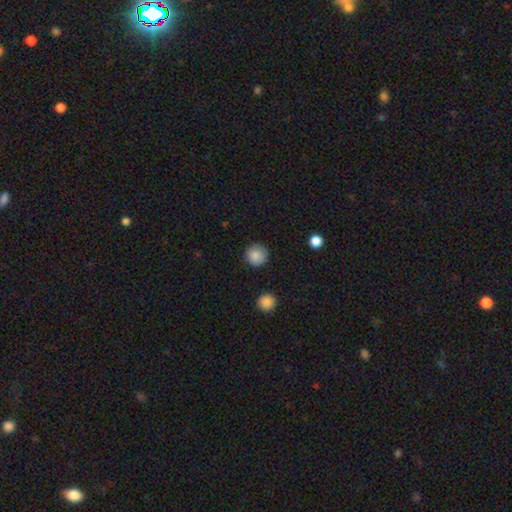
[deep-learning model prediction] Overall: smooth (86%). How rounded: round (95%). Merging: none (89%).